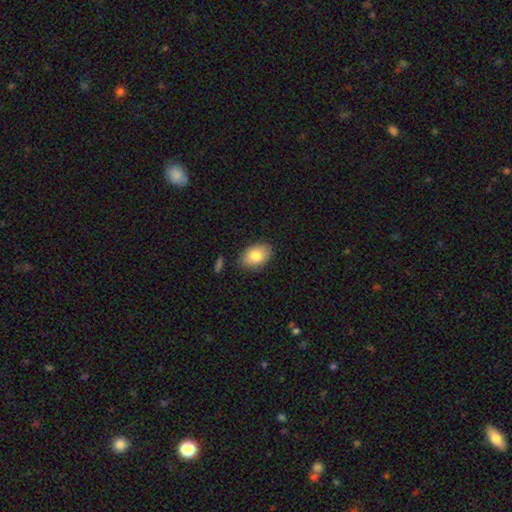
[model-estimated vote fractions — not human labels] A smooth galaxy with no disk features (82%) that is in between round and cigar-shaped (86%).

Vote fractions:
- Smooth or featured? smooth: 82% / featured or disk: 11% / star or artifact: 7%
- How rounded? in between: 86% / round: 13% / cigar-shaped: 1%
- Merging? none: 84% / minor disturbance: 12% / major disturbance: 2% / merger: 2%